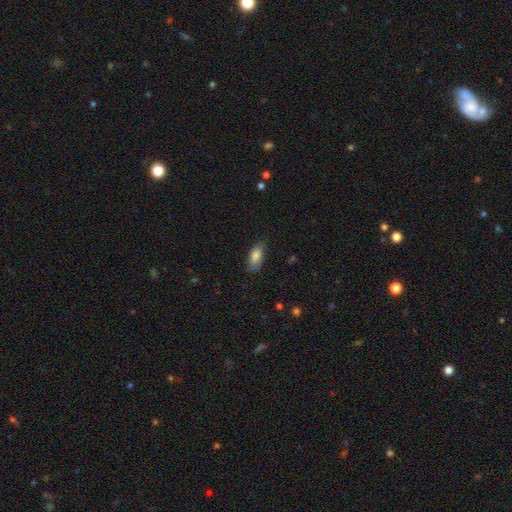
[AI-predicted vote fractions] This appears to be a smooth galaxy with no disk features (83%) that is in between round and cigar-shaped (85%). Merging: none (76%).